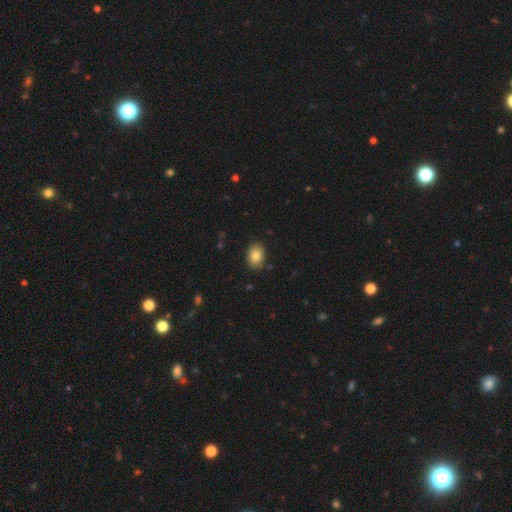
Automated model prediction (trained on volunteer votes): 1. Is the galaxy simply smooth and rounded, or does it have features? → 84% smooth, 8% star or artifact, 8% featured or disk.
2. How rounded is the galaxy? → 71% in between, 28% round, 1% cigar-shaped.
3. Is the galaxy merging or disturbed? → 88% none, 9% minor disturbance, 2% major disturbance, 1% merger.